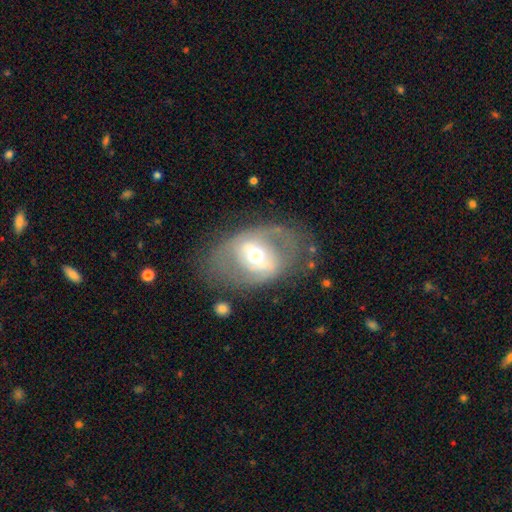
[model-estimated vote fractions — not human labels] smooth-or-featured: featured or disk: 70% | smooth: 23% | star or artifact: 7%
  disk-edge-on: no: 93% | yes: 7%
    bar: strong: 39% | weak: 35% | no: 25%
    has-spiral-arms: no: 53% | yes: 47%
    bulge-size: moderate: 68% | small: 16% | large: 14% | dominant: 2% | none: 1%
  merging: none: 67% | minor disturbance: 17% | major disturbance: 13% | merger: 2%